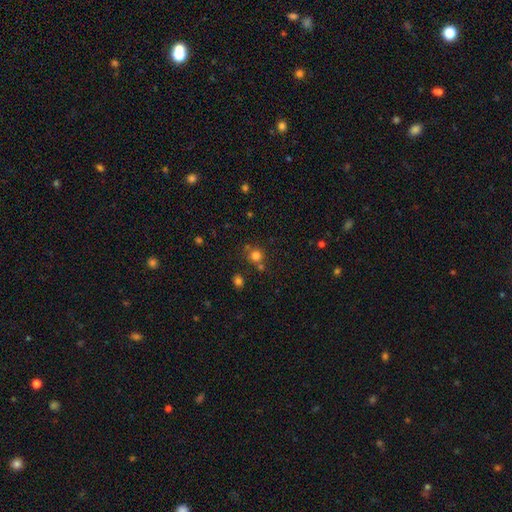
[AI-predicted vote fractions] The model was most divided on "merging": none: 69%, merger: 17%, minor disturbance: 10%, major disturbance: 4%. More confident: how rounded — round (89%); smooth or featured — smooth (76%).